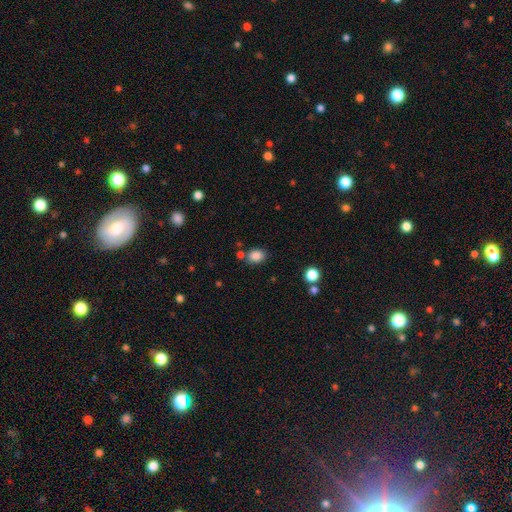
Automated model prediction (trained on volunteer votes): This appears to be a smooth galaxy with no disk features (85%) that is in between round and cigar-shaped (57%). Merging: none (74%).